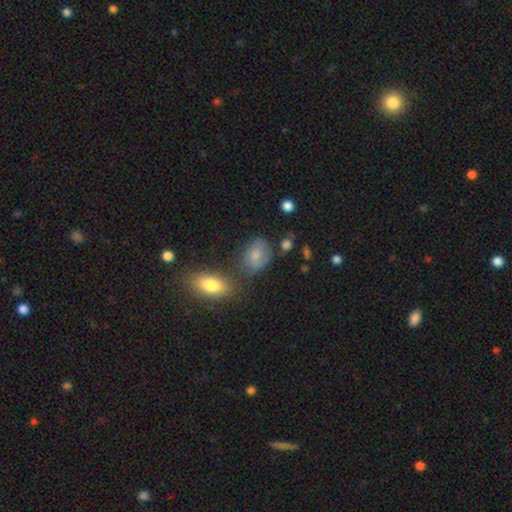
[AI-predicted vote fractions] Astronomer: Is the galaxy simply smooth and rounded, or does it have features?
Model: smooth — 70%.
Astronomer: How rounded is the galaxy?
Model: in between — 74%.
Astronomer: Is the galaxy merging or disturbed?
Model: none — 52% (runner-up: minor disturbance, 27%).